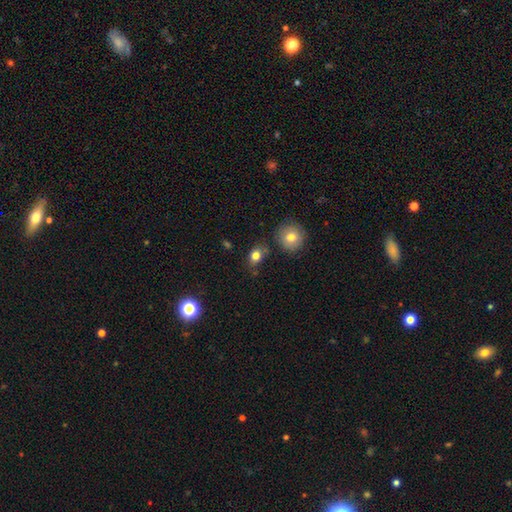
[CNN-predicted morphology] Smooth or featured? Predicted: smooth (p=0.80). How rounded? Predicted: in between (p=0.59). Merging? Predicted: none (p=0.75).